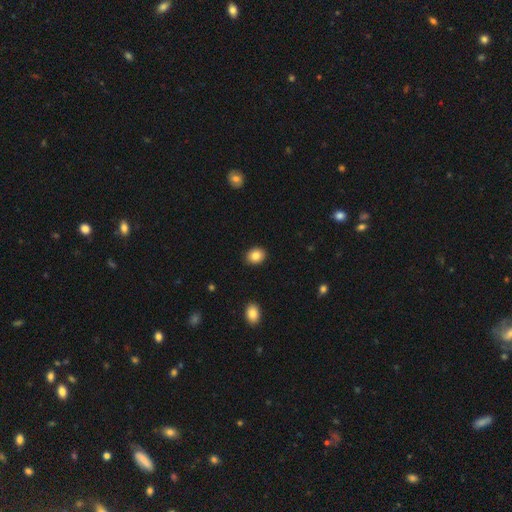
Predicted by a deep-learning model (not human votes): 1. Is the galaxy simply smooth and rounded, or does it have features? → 85% smooth, 9% star or artifact, 7% featured or disk.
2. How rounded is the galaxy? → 52% round, 47% in between, 1% cigar-shaped.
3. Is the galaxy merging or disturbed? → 91% none, 6% minor disturbance, 2% major disturbance, 1% merger.